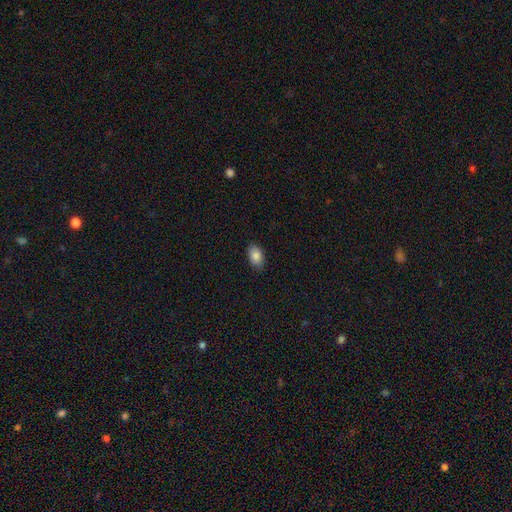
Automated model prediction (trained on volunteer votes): Q: Smooth or featured?
A: smooth (85%); runner-up: featured or disk (8%)
Q: How rounded?
A: in between (90%); runner-up: round (9%)
Q: Merging?
A: none (87%); runner-up: minor disturbance (10%)